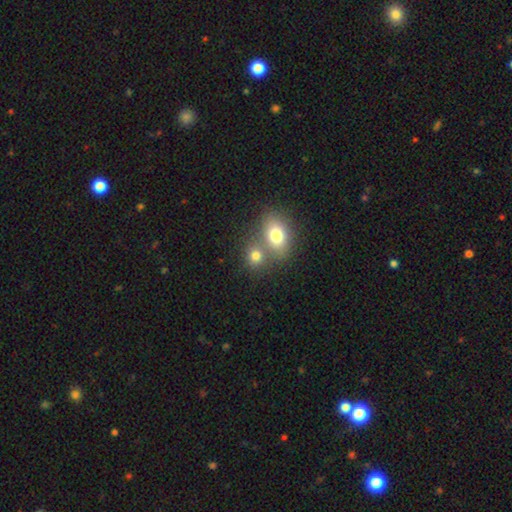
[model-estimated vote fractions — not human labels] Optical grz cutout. It shows a smooth galaxy with no disk features (78%) that is round (63%). Merging: merger (47%).